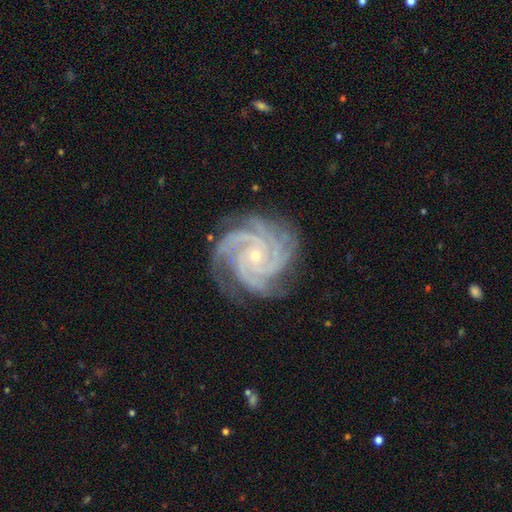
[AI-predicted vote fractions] Overall: featured or disk (93%). Edge-on disk: no (98%). Bar: no (73%). Spiral arms: yes (99%). Spiral arm count: 4 (44%; 3 24%). Spiral winding: tight (76%). Bulge size: small (79%). Merging: none (78%).